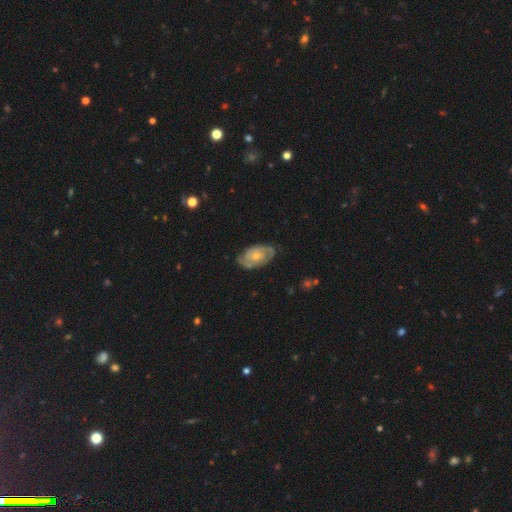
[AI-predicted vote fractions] Morphology: type=featured or disk (75%); edge-on=no (95%); bar=no (74%); spiral arms=yes (86%); winding=tight (55%); arm count=2 (62%); bulge=small (48%); merging=none (73%).